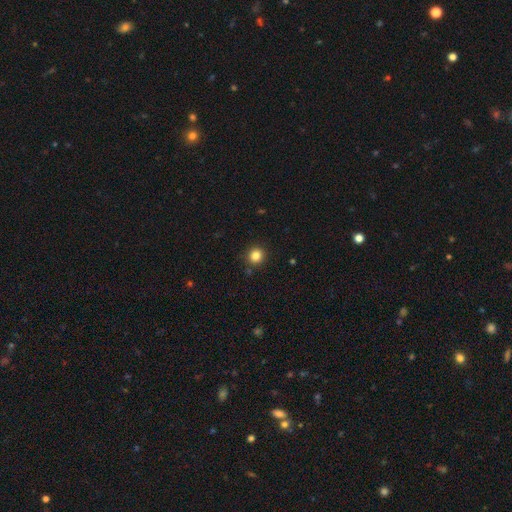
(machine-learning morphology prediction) smooth 84%, star or artifact 12%, featured or disk 4%. Down the decision tree: how rounded — round (90%); merging — none (89%).